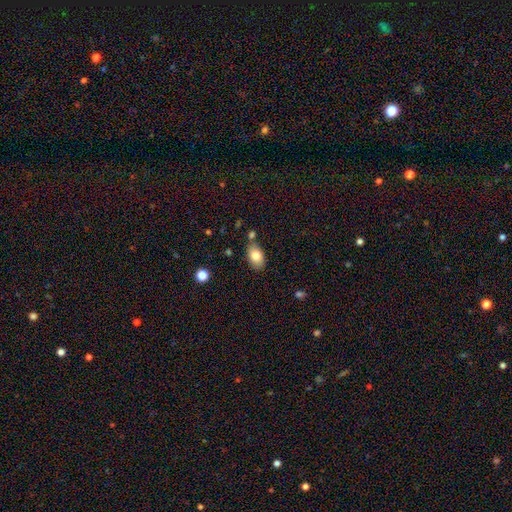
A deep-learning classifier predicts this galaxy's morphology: A smooth galaxy with no disk features (81%) that is in between round and cigar-shaped (91%). Merging: none (75%).